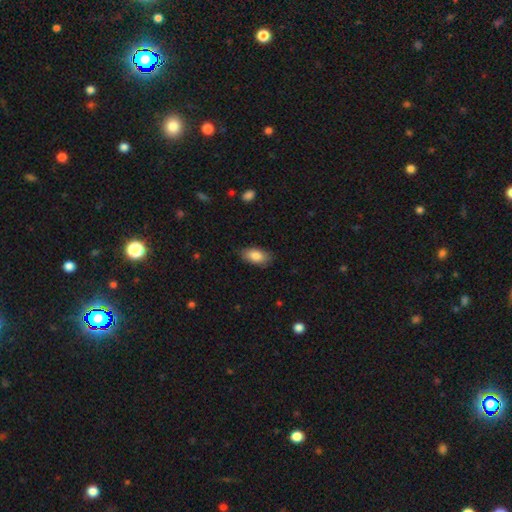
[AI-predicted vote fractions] Morphology: type=smooth (84%); roundness=in between (93%); merging=none (82%).